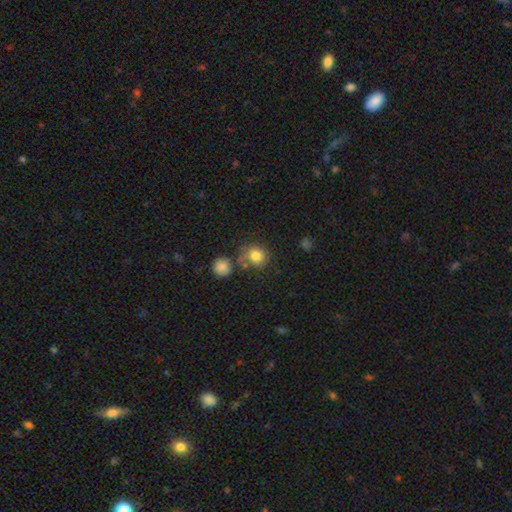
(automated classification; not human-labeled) Q: Smooth or featured?
A: smooth (81%); runner-up: star or artifact (11%)
Q: How rounded?
A: round (86%); runner-up: in between (13%)
Q: Merging?
A: none (65%); runner-up: minor disturbance (14%)